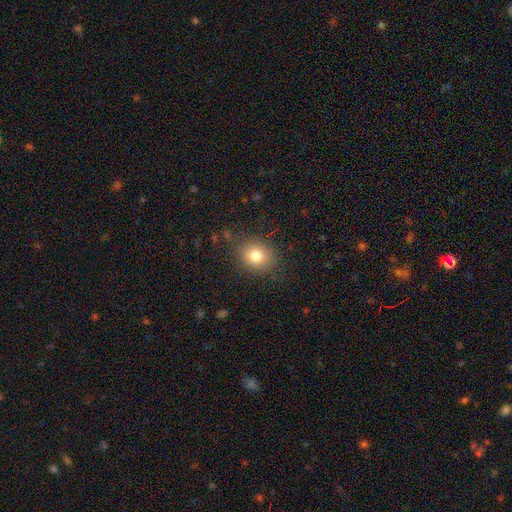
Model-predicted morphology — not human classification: The model was most divided on "how rounded": round: 66%, in between: 33%, cigar-shaped: 1%. More confident: merging — none (84%); smooth or featured — smooth (80%).